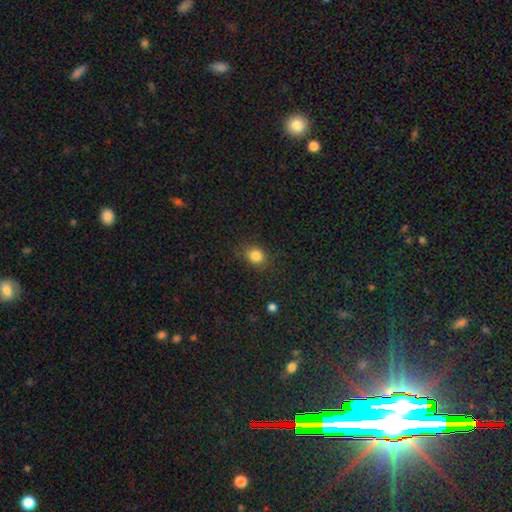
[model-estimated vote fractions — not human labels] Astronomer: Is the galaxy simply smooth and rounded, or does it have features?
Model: smooth — 84%.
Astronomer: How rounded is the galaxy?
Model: round — 68%.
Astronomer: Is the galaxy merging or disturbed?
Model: none — 81%.